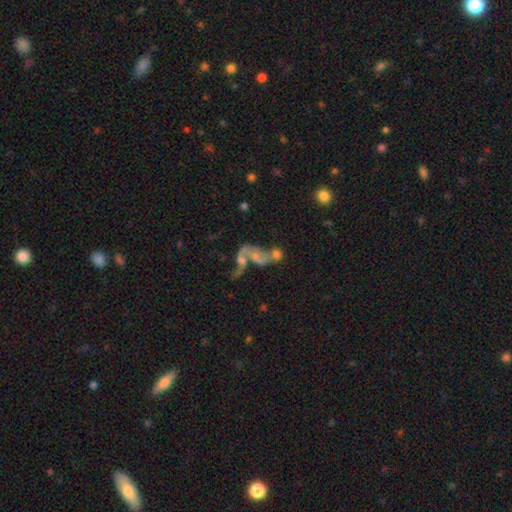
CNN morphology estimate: The model was most divided on "spiral arms" (2-way tie): yes: 50%, no: 50%. Remaining: edge-on disk — no (95%); bar — no (71%); merging — merger (59%); smooth or featured — featured or disk (55%); bulge size — none (42%).